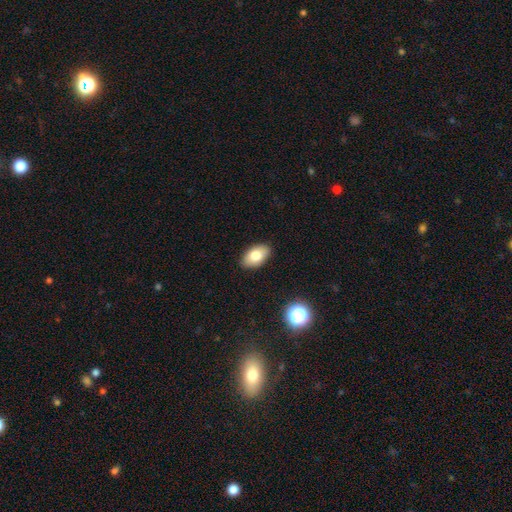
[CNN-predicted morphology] smooth-or-featured: smooth: 80% | featured or disk: 12% | star or artifact: 8%
  how-rounded: in between: 93% | round: 5% | cigar-shaped: 2%
  merging: none: 88% | minor disturbance: 9% | major disturbance: 2% | merger: 1%